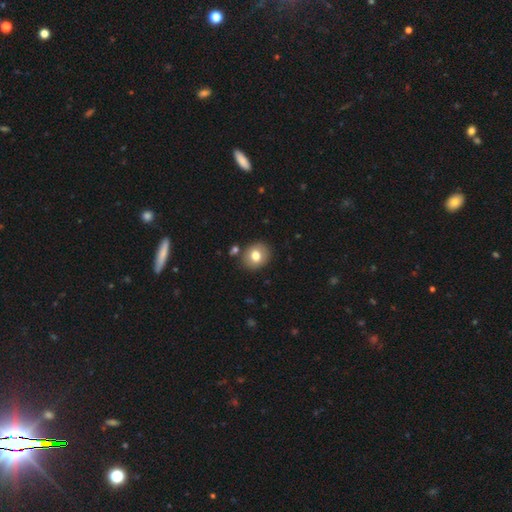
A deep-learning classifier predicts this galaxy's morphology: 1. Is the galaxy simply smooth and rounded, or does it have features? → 76% smooth, 15% featured or disk, 9% star or artifact.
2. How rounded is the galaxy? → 71% round, 28% in between, 1% cigar-shaped.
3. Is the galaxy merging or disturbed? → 84% none, 9% minor disturbance, 4% merger, 2% major disturbance.